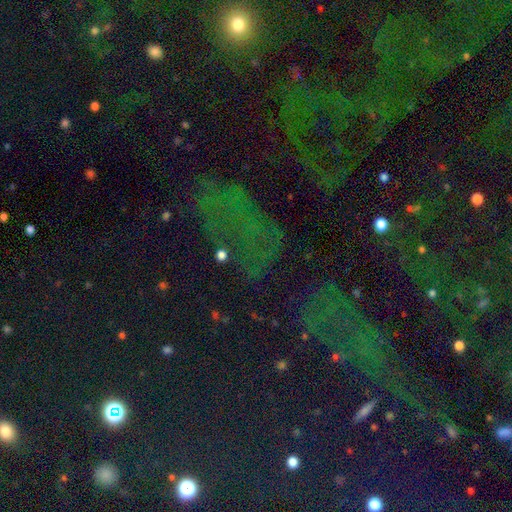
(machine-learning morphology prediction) Q: Smooth or featured?
A: star or artifact (69%); runner-up: smooth (17%)